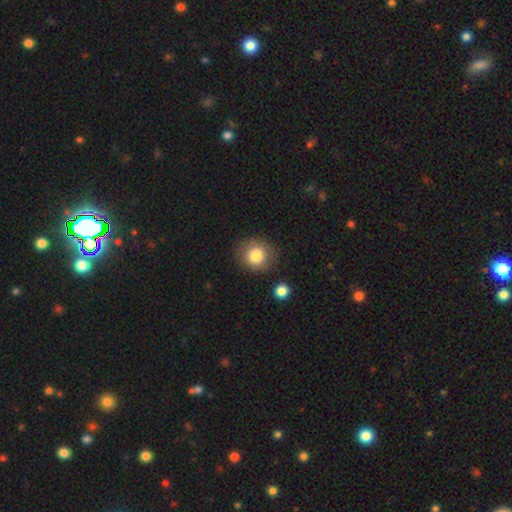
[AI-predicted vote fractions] smooth 82%, featured or disk 9%, star or artifact 9%. Down the decision tree: how rounded — round (83%); merging — none (82%).